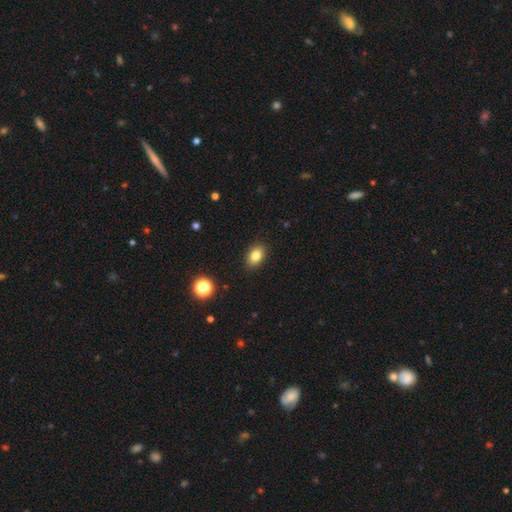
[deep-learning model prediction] A smooth galaxy with no disk features (82%) that is in between round and cigar-shaped (77%).

Vote fractions:
- Smooth or featured? smooth: 82% / star or artifact: 10% / featured or disk: 7%
- How rounded? in between: 77% / round: 22% / cigar-shaped: 1%
- Merging? none: 88% / minor disturbance: 8% / major disturbance: 2% / merger: 1%